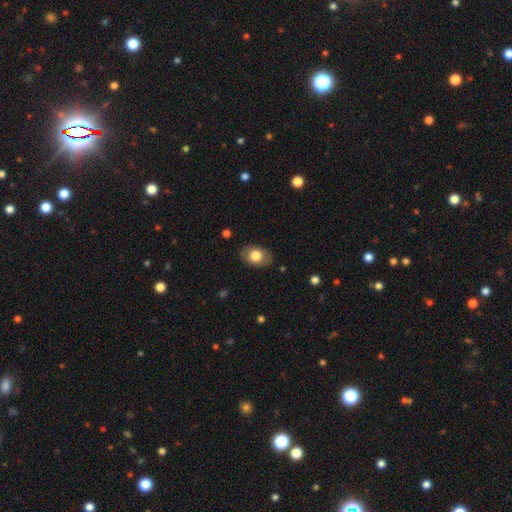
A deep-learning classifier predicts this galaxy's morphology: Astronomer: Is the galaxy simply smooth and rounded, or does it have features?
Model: smooth — 77%.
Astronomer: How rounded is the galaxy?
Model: in between — 81%.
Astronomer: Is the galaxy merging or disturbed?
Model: none — 83%.